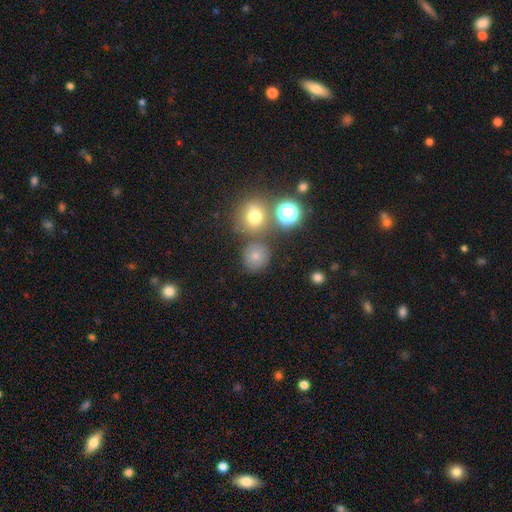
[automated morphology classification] A smooth galaxy with no disk features (71%) that is round (89%). Merging: none (73%).